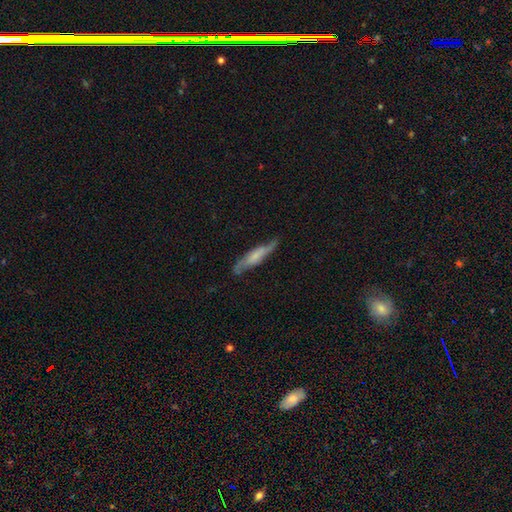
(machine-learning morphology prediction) Q: Smooth or featured?
A: featured or disk (58%); runner-up: smooth (36%)
Q: Edge-on disk?
A: yes (58%); runner-up: no (42%)
Q: Merging?
A: none (73%); runner-up: minor disturbance (20%)